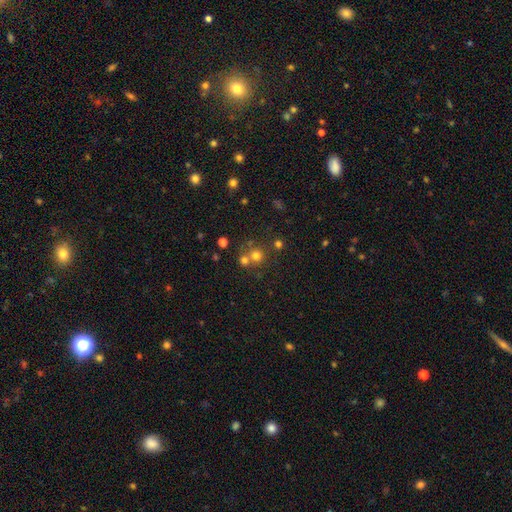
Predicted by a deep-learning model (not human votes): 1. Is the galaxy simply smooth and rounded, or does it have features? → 69% smooth, 20% star or artifact, 11% featured or disk.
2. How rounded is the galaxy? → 90% round, 9% in between, 1% cigar-shaped.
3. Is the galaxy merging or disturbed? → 57% none, 33% merger, 6% minor disturbance, 3% major disturbance.